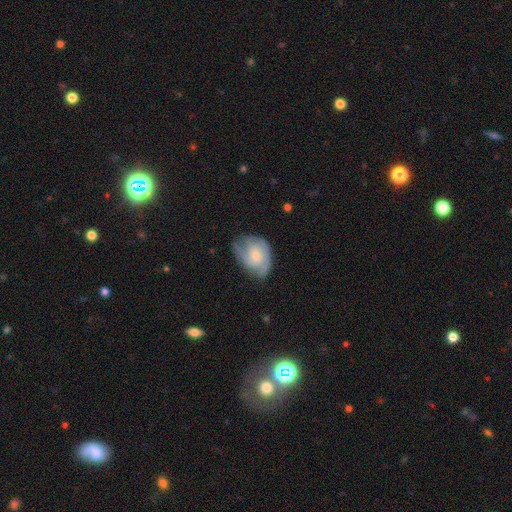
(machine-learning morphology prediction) Overall: featured or disk (71%). Edge-on disk: no (97%). Bar: no (73%). Spiral arms: yes (91%). Spiral arm count: 2 (36%; 3 26%). Spiral winding: tight (48%; medium 40%). Bulge size: small (55%; moderate 37%). Merging: none (59%; minor disturbance 28%).